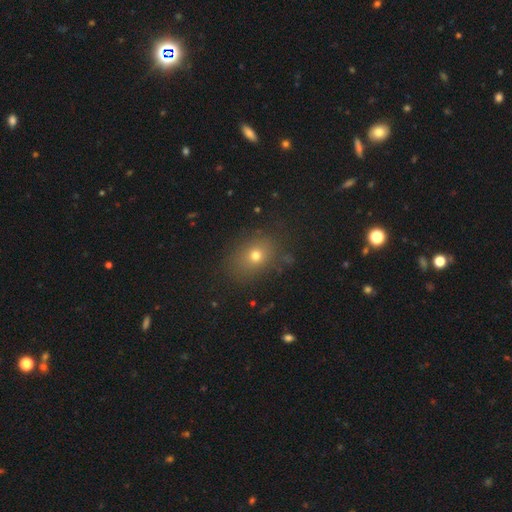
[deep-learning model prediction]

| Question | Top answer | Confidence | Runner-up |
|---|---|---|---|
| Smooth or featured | smooth | 71% | star or artifact (17%) |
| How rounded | in between | 54% | round (45%) |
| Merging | none | 81% | minor disturbance (12%) |